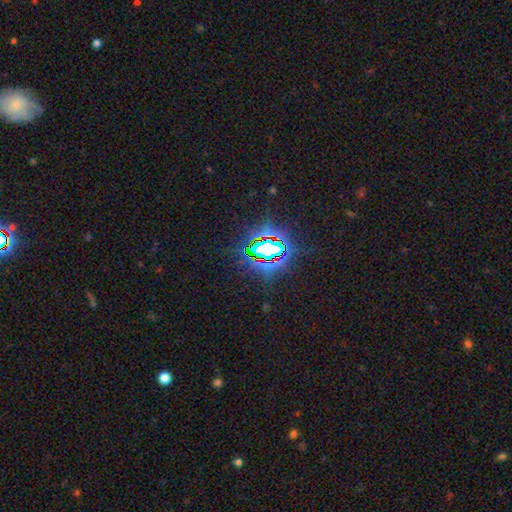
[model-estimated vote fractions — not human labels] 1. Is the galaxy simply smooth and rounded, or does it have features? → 81% star or artifact, 11% smooth, 8% featured or disk.